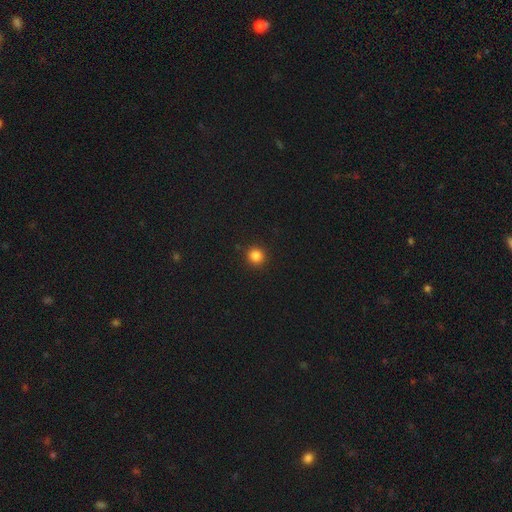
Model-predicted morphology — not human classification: The model was most divided on "smooth or featured": smooth: 84%, star or artifact: 12%, featured or disk: 3%. More confident: how rounded — round (94%); merging — none (92%).